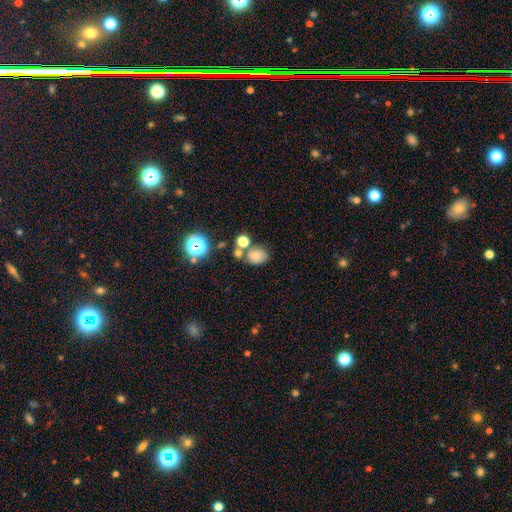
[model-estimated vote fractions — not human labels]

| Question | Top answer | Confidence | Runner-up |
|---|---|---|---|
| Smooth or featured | smooth | 70% | star or artifact (16%) |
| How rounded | in between | 51% | round (48%) |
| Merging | none | 54% | merger (23%) |